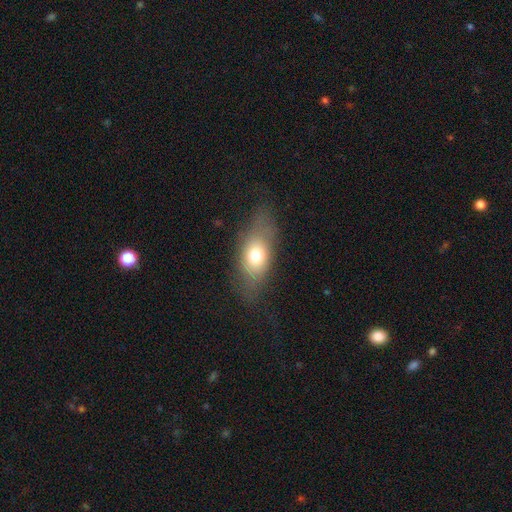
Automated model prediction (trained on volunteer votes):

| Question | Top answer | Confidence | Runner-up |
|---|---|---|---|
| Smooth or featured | smooth | 69% | featured or disk (21%) |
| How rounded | in between | 78% | round (13%) |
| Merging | none | 66% | minor disturbance (21%) |